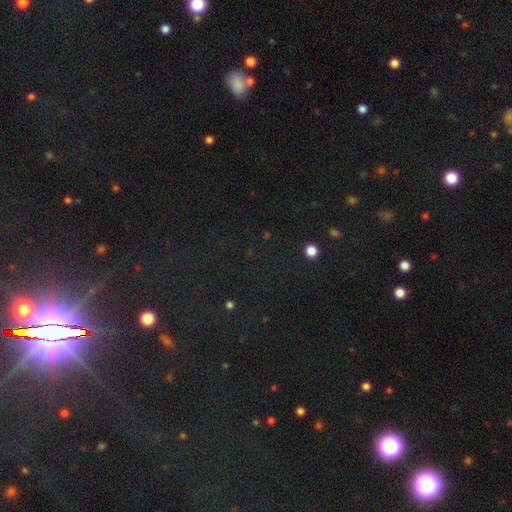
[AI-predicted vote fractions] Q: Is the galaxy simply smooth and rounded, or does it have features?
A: star or artifact — 83%.